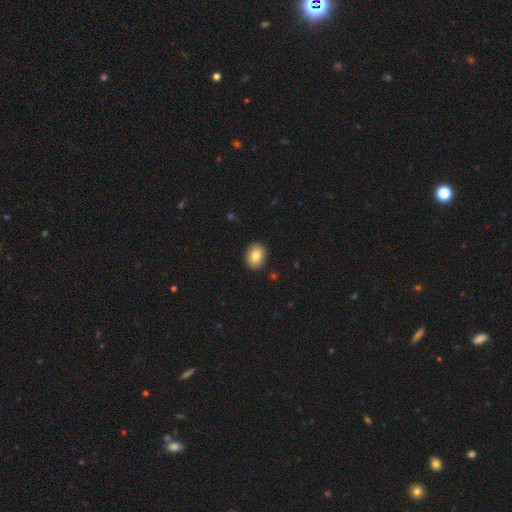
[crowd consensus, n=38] smooth-or-featured: smooth: 87% | star or artifact: 8% | featured or disk: 5%
  how-rounded: in between: 58% | round: 42% | cigar-shaped: 0%
  merging: none: 89% | minor disturbance: 6% | major disturbance: 3% | merger: 3%